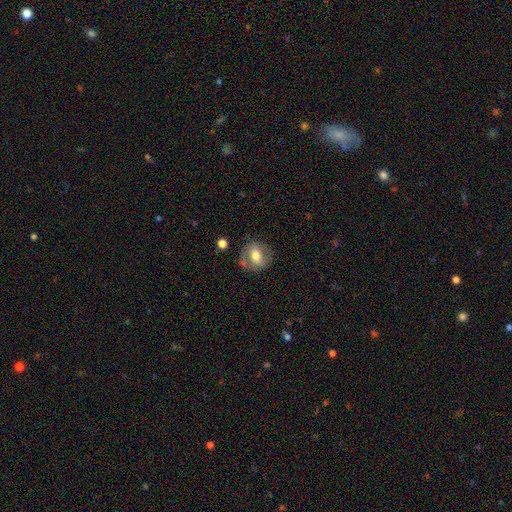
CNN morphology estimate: Overall: smooth (56%; featured or disk 36%). How rounded: round (62%; in between 36%). Merging: none (68%).